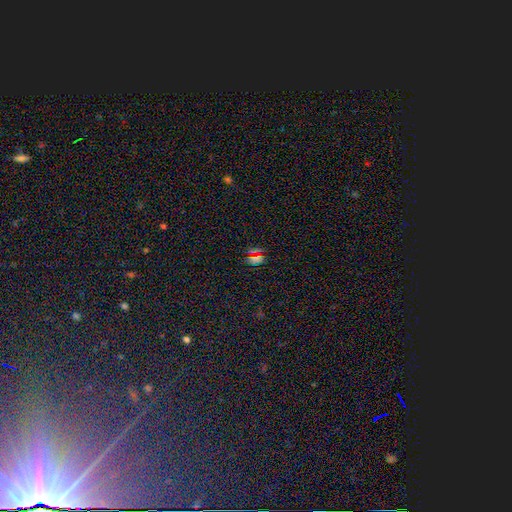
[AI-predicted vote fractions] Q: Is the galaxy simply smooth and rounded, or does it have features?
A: star or artifact — 49%.